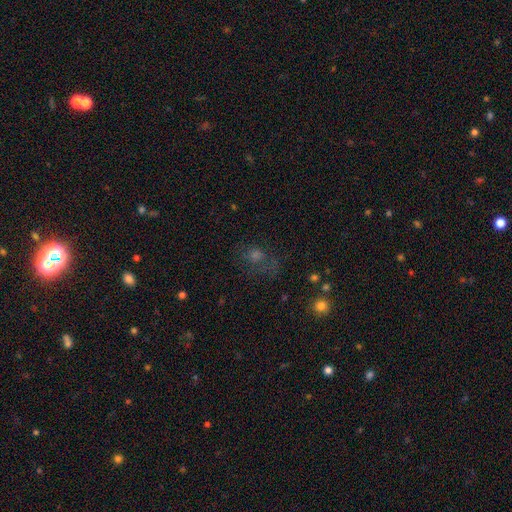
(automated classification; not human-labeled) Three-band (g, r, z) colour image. It shows a smooth galaxy with no disk features (40%). Merging: none (58%).